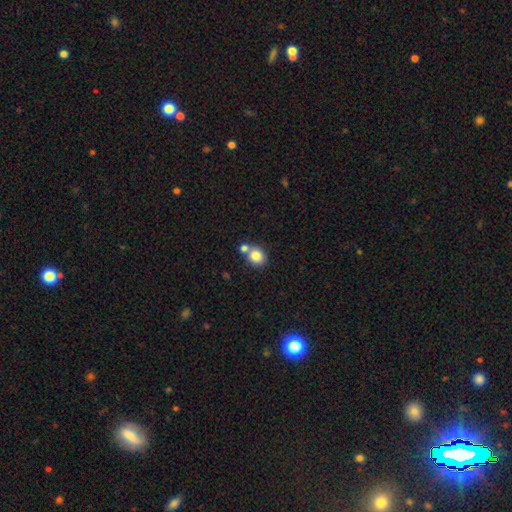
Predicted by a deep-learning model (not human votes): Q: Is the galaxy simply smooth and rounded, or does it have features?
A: smooth — 81%.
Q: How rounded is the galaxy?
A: round — 69%.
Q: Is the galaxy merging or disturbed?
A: none — 54%.